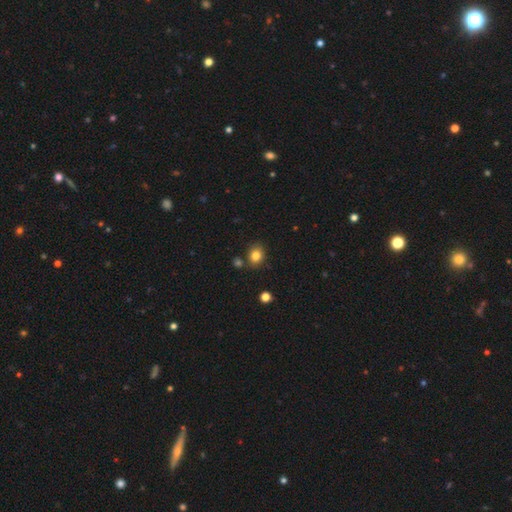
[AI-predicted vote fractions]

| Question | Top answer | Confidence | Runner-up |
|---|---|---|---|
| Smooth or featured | smooth | 82% | star or artifact (11%) |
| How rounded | round | 60% | in between (39%) |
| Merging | none | 78% | minor disturbance (12%) |